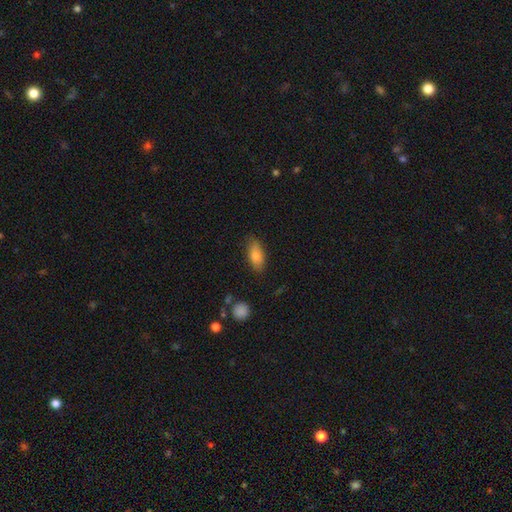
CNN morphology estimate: Overall: smooth (81%). How rounded: in between (85%). Merging: none (81%).